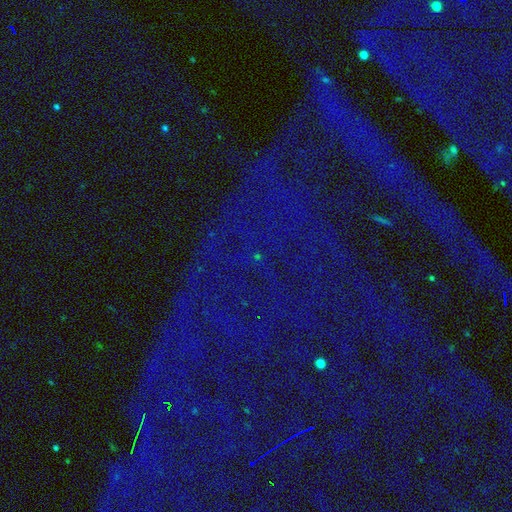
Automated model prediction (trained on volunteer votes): Overall: star or artifact (86%).